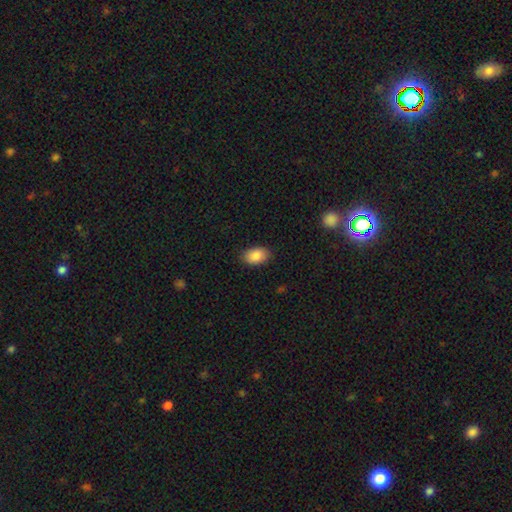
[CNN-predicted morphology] A smooth galaxy with no disk features (88%) that is in between round and cigar-shaped (90%).

Vote fractions:
- Smooth or featured? smooth: 88% / star or artifact: 7% / featured or disk: 5%
- How rounded? in between: 90% / round: 9% / cigar-shaped: 1%
- Merging? none: 86% / minor disturbance: 10% / major disturbance: 2% / merger: 1%